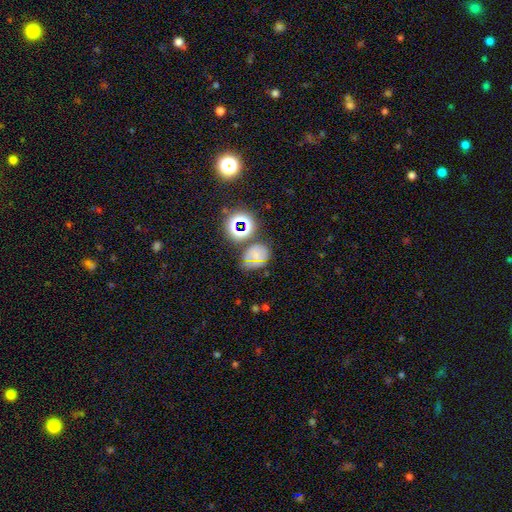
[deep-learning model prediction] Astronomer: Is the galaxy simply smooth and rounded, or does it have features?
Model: smooth — 49% (runner-up: star or artifact, 37%).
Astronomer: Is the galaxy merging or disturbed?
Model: none — 63%.